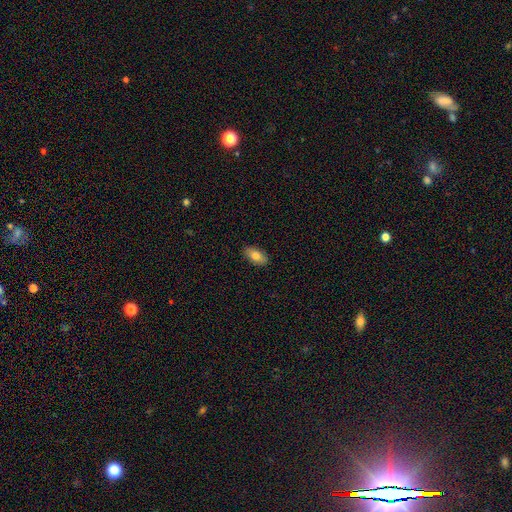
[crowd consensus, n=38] Overall: smooth (74%). How rounded: in between (86%). Merging: none (94%).